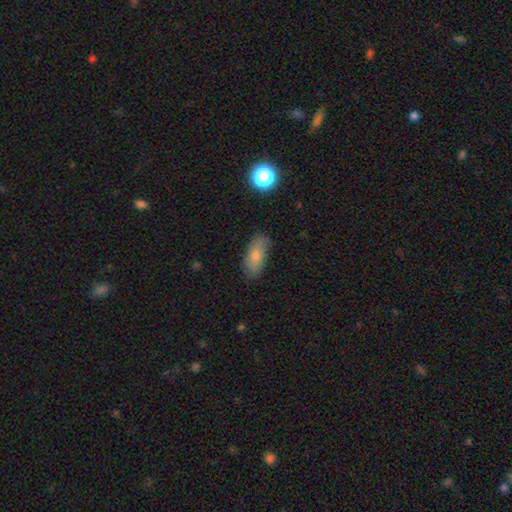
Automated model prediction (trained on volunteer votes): This appears to be a smooth galaxy with no disk features (75%) that is in between round and cigar-shaped (84%). Merging: none (78%).